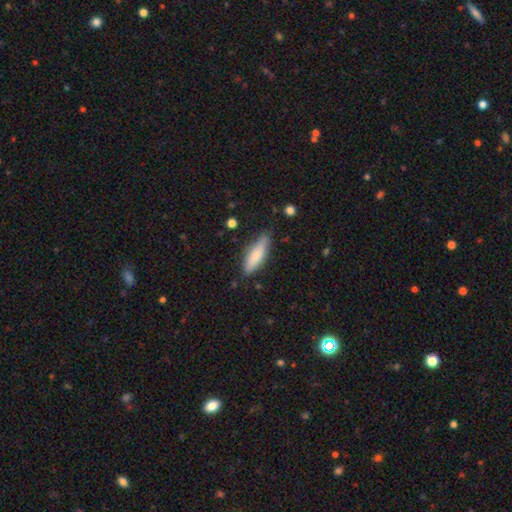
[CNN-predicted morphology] smooth 78%, featured or disk 16%, star or artifact 6%. Down the decision tree: how rounded — cigar-shaped (58%); merging — none (78%).